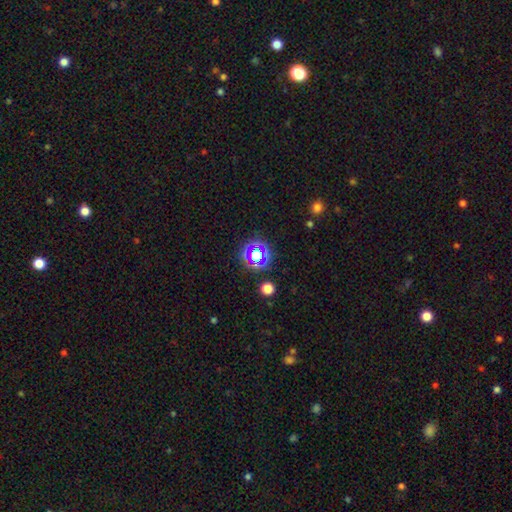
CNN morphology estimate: Q: Smooth or featured?
A: star or artifact (61%); runner-up: smooth (28%)